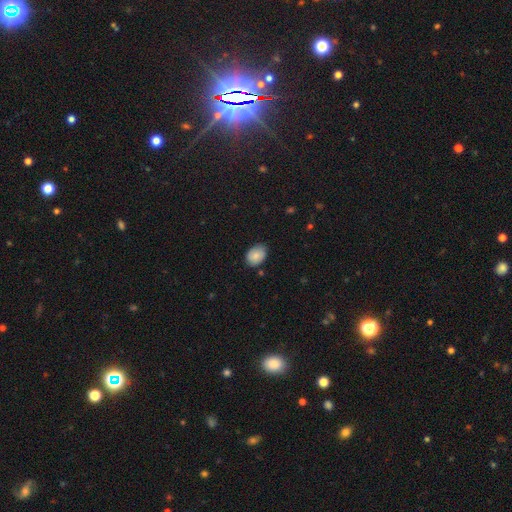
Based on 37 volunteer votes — Volunteers were most divided on "how rounded": in between: 62%, round: 38%, cigar-shaped: 0%. More confident: smooth or featured — smooth (70%); merging — none (66%).